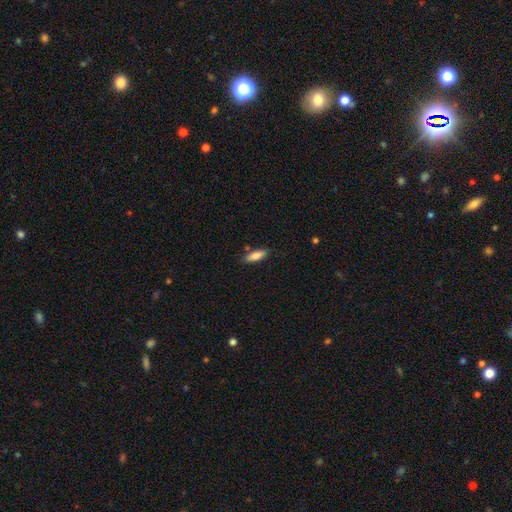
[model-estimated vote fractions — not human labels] Morphology: type=smooth (81%); roundness=in between (54%); merging=none (82%).